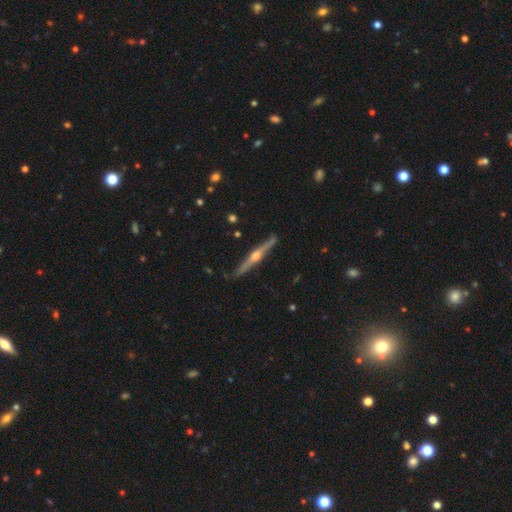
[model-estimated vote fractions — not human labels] This appears to be a featured or disk galaxy (84%) viewed edge-on (98%) with a rounded central bulge (93%). Merging: none (89%).